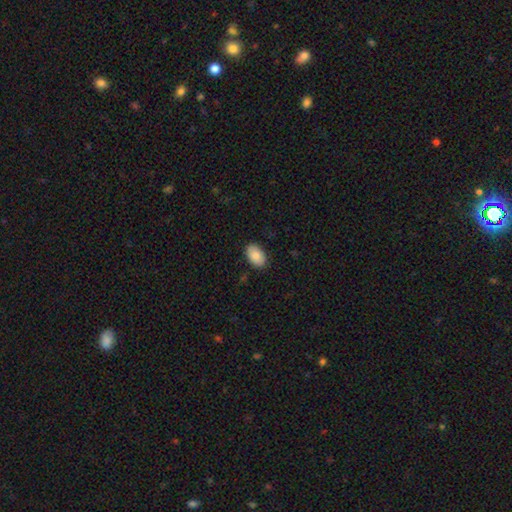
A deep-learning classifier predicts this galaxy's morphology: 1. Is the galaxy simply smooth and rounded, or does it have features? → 84% smooth, 10% featured or disk, 6% star or artifact.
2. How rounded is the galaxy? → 91% in between, 7% round, 1% cigar-shaped.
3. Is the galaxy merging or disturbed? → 87% none, 10% minor disturbance, 2% major disturbance, 1% merger.